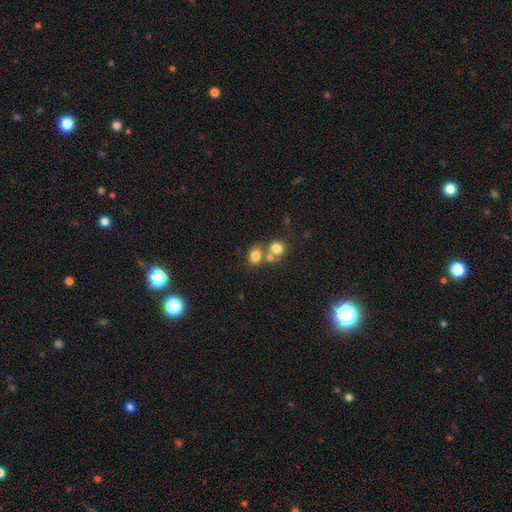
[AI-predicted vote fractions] smooth_or_featured: smooth (p=0.77) [alt: star or artifact p=0.13]
how_rounded: round (p=0.55) [alt: in between p=0.44]
merging: none (p=0.46) [alt: merger p=0.41]